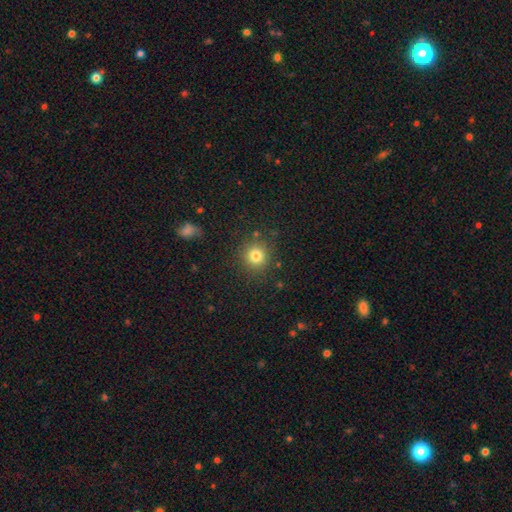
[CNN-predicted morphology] Smooth or featured? smooth (80%)
How rounded? round (91%)
Merging? none (86%)